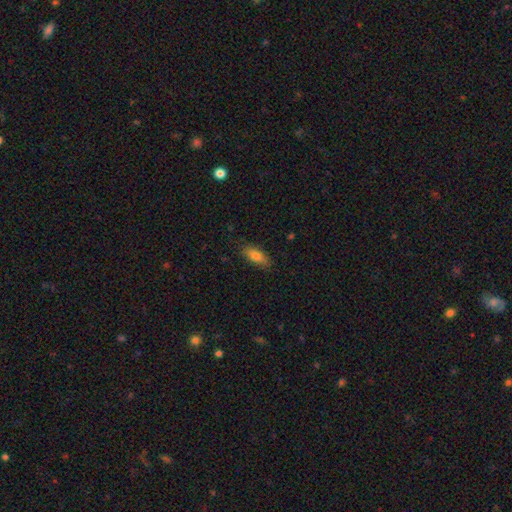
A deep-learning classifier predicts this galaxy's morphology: A smooth galaxy with no disk features (81%) that is in between round and cigar-shaped (80%).

Vote fractions:
- Smooth or featured? smooth: 81% / featured or disk: 11% / star or artifact: 7%
- How rounded? in between: 80% / cigar-shaped: 17% / round: 3%
- Merging? none: 83% / minor disturbance: 13% / major disturbance: 3% / merger: 1%